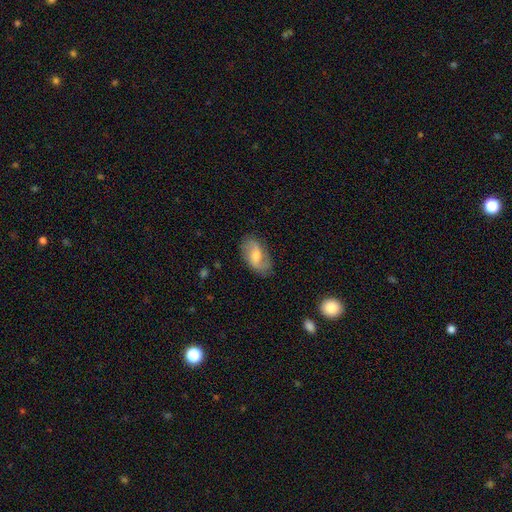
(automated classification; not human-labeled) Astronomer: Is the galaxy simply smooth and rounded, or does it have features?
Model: featured or disk — 57% (runner-up: smooth, 36%).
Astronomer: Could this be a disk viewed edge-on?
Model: no — 95%.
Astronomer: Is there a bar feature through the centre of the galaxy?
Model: weak — 50% (runner-up: no, 34%).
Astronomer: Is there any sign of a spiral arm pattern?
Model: yes — 86%.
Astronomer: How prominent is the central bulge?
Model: moderate — 57%.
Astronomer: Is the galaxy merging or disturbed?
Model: none — 78%.